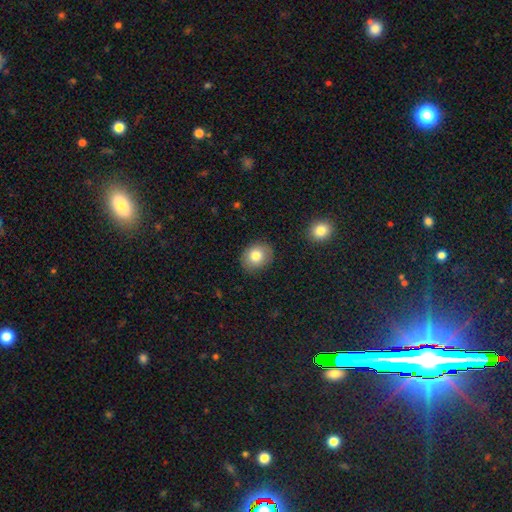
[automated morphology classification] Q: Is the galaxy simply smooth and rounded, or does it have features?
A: smooth — 80%.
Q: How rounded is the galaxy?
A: round — 56%.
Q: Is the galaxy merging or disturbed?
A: none — 87%.